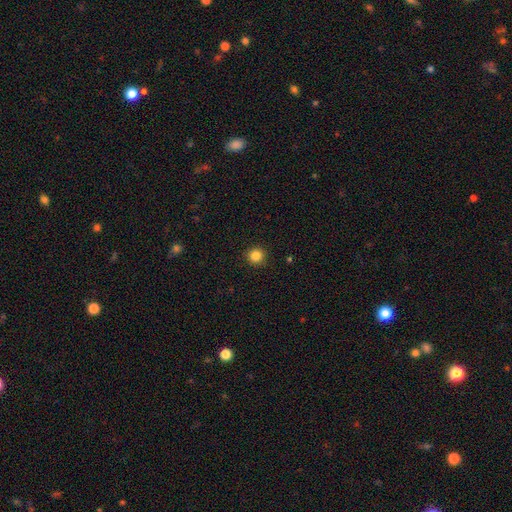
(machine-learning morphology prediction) Smooth or featured? smooth (85%)
How rounded? round (95%)
Merging? none (92%)